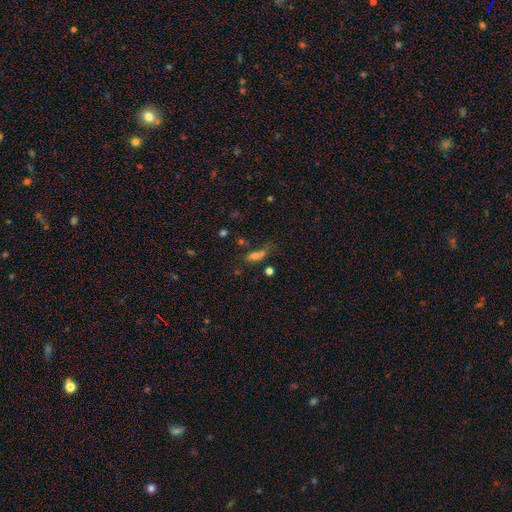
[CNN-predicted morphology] A smooth galaxy with no disk features (63%) that is in between round and cigar-shaped (66%). Merging: none (36%).